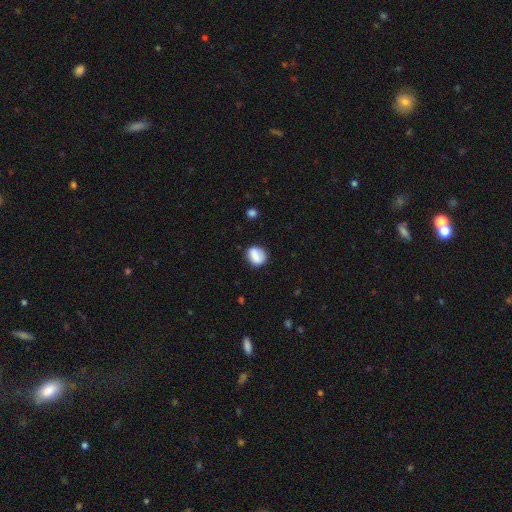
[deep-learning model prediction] Smooth or featured? Predicted: smooth (p=0.78). How rounded? Predicted: round (p=0.61). Merging? Predicted: none (p=0.72).